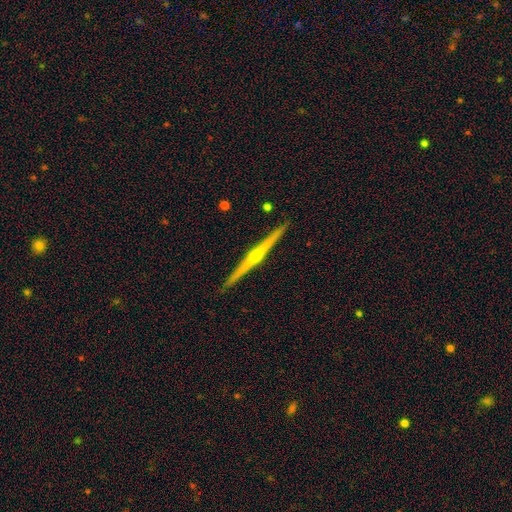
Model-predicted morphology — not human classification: smooth-or-featured: featured or disk: 84% | smooth: 11% | star or artifact: 5%
  disk-edge-on: yes: 99% | no: 1%
    edge-on-bulge: rounded: 91% | none: 7% | boxy: 3%
  merging: none: 93% | minor disturbance: 5% | major disturbance: 1% | merger: 1%